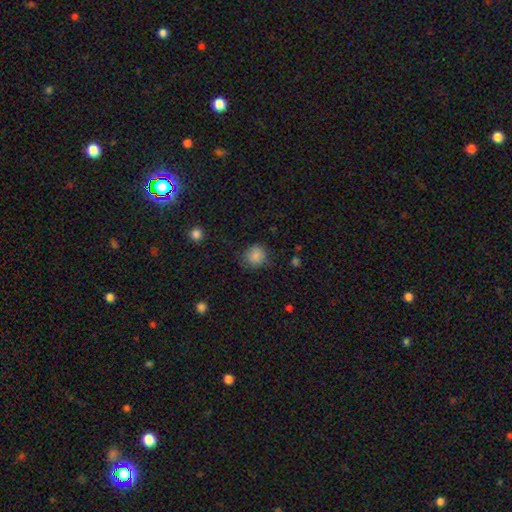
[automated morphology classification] Smooth or featured? smooth (85%)
How rounded? round (85%)
Merging? none (78%)